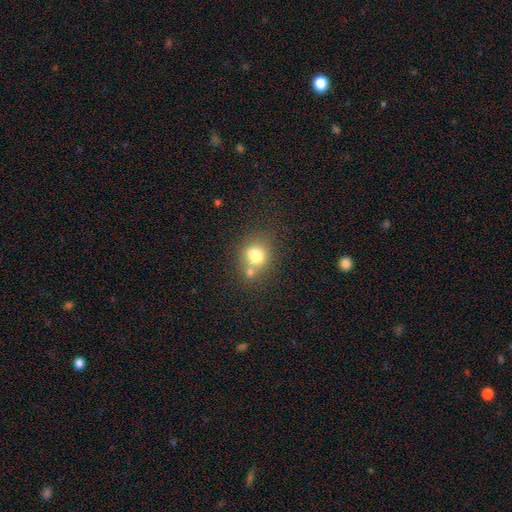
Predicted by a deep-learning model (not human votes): A smooth galaxy with no disk features (74%) that is round (58%). Merging: none (44%).